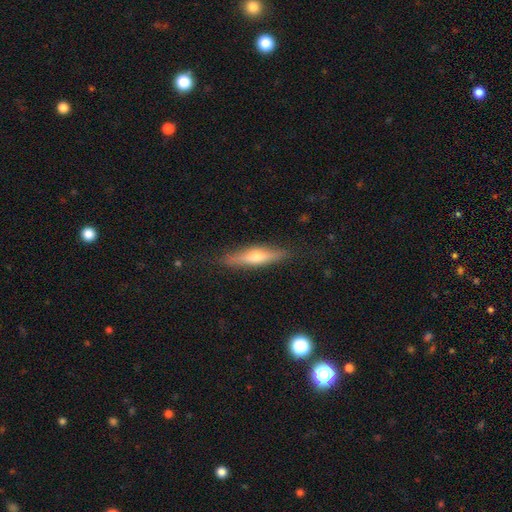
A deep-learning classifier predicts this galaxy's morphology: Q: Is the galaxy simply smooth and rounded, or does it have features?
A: featured or disk — 57%.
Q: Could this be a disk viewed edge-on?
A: yes — 93%.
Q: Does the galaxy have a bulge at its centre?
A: rounded — 88%.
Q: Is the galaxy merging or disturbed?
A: none — 86%.